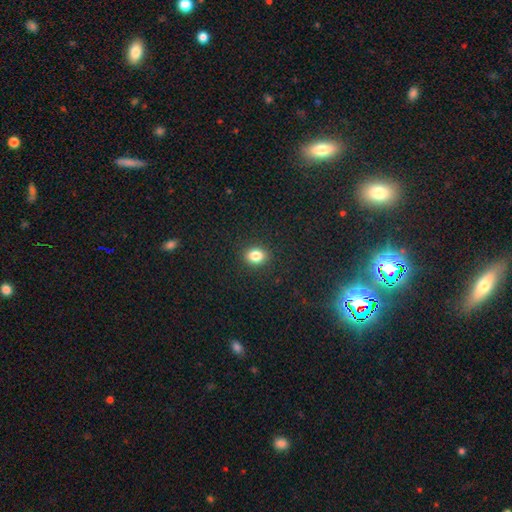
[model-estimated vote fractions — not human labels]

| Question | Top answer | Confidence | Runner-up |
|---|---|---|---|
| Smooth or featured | smooth | 83% | star or artifact (11%) |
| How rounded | round | 52% | in between (47%) |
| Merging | none | 90% | minor disturbance (7%) |